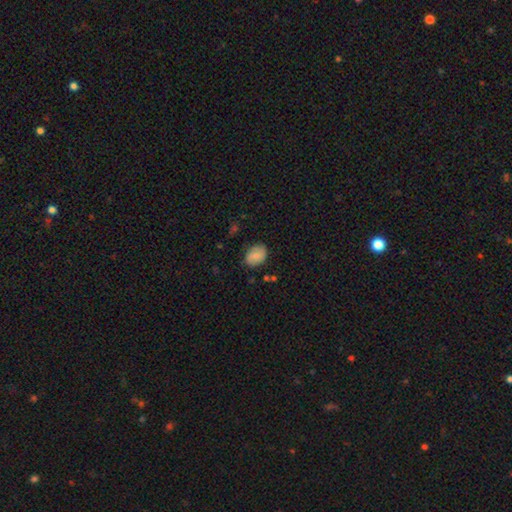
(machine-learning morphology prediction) Smooth or featured? smooth (71%)
How rounded? in between (77%)
Merging? none (77%)